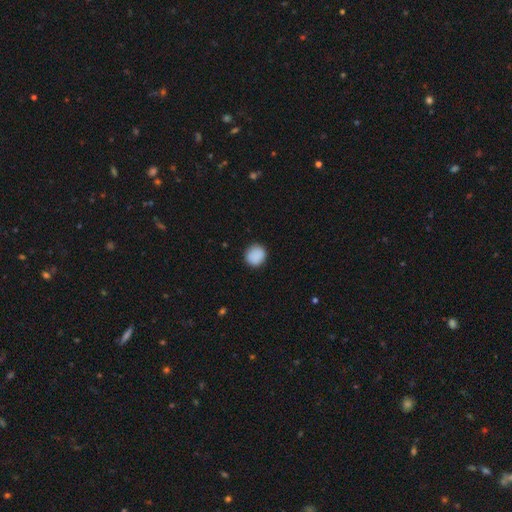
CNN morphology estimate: Smooth or featured?
  - smooth: 89% *
  - star or artifact: 8%
  - featured or disk: 3%
How rounded?
  - round: 90% *
  - in between: 9%
  - cigar-shaped: 1%
Merging?
  - none: 88% *
  - minor disturbance: 9%
  - major disturbance: 2%
  - merger: 1%